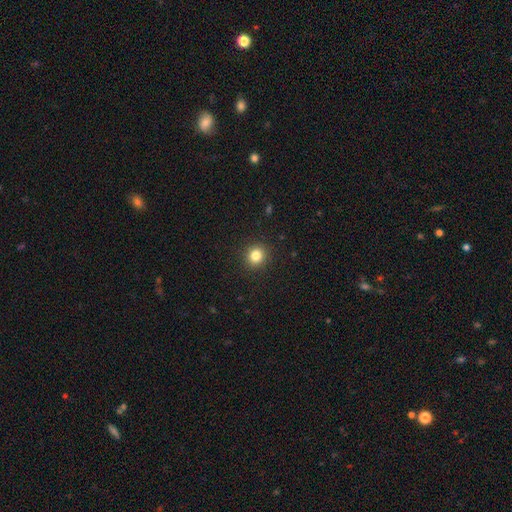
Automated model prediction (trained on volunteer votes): A smooth galaxy with no disk features (83%) that is round (87%).

Vote fractions:
- Smooth or featured? smooth: 83% / star or artifact: 12% / featured or disk: 6%
- How rounded? round: 87% / in between: 12% / cigar-shaped: 1%
- Merging? none: 92% / minor disturbance: 6% / major disturbance: 2% / merger: 1%